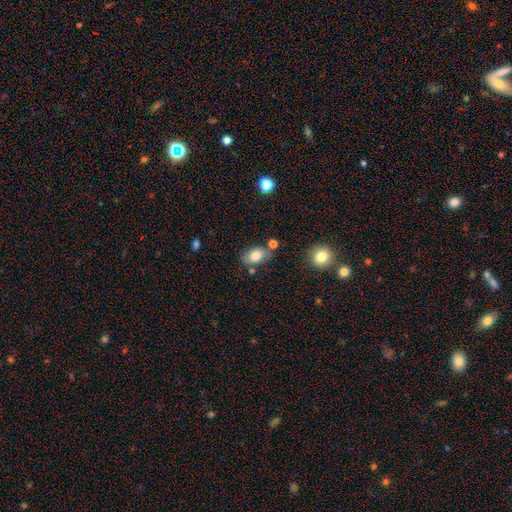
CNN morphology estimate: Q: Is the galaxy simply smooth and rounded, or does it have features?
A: smooth — 78%.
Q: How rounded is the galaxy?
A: in between — 87%.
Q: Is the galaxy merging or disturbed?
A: none — 70%.